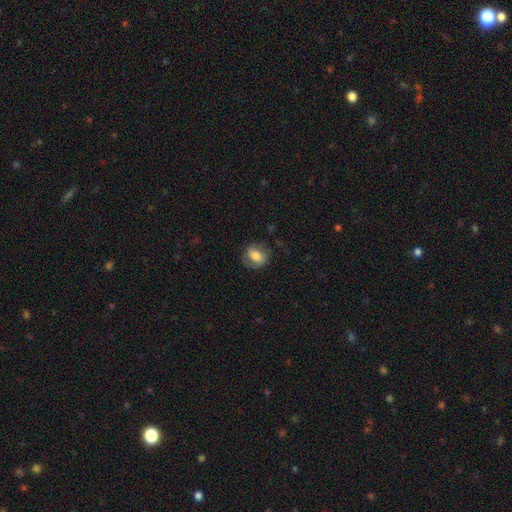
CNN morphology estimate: A smooth galaxy with no disk features (67%) that is in between round and cigar-shaped (52%).

Vote fractions:
- Smooth or featured? smooth: 67% / featured or disk: 25% / star or artifact: 8%
- How rounded? in between: 52% / round: 46% / cigar-shaped: 2%
- Merging? none: 74% / minor disturbance: 17% / major disturbance: 8% / merger: 1%